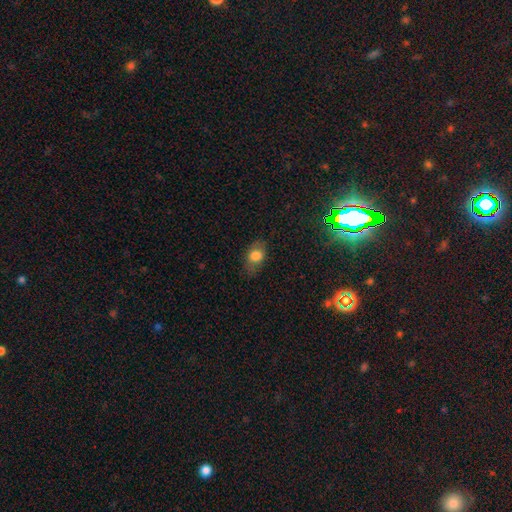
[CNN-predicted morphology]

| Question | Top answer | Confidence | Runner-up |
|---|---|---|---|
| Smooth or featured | smooth | 75% | featured or disk (16%) |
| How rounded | in between | 80% | round (17%) |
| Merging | none | 74% | minor disturbance (19%) |